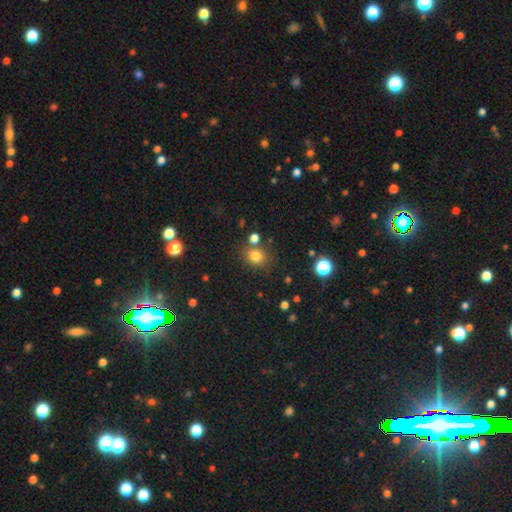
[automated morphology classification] smooth_or_featured: smooth (p=0.78) [alt: star or artifact p=0.16]
how_rounded: round (p=0.76) [alt: in between p=0.23]
merging: none (p=0.72) [alt: merger p=0.12]